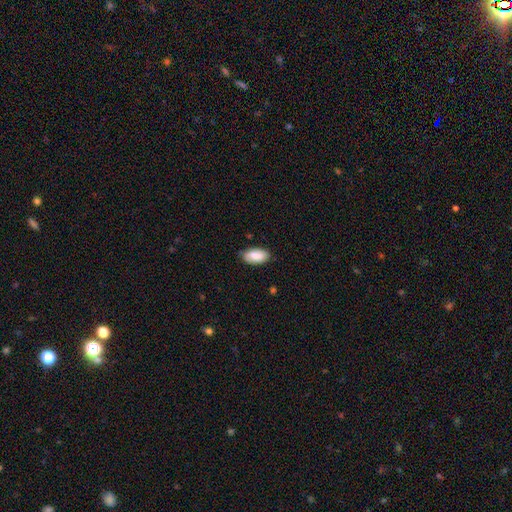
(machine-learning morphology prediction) Smooth or featured: smooth — 83% (featured or disk — 11%)
How rounded: in between — 94% (cigar-shaped — 3%)
Merging: none — 79% (minor disturbance — 17%)